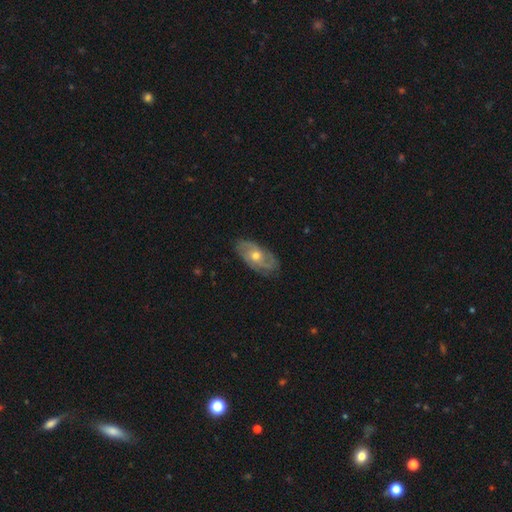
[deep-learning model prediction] The model was most divided on "spiral winding": tight: 44%, medium: 40%, loose: 16%. Remaining: edge-on disk — no (91%); spiral arms — yes (84%); merging — none (79%); bar — no (76%); smooth or featured — featured or disk (72%); bulge size — moderate (68%); spiral arm count — 2 (47%).